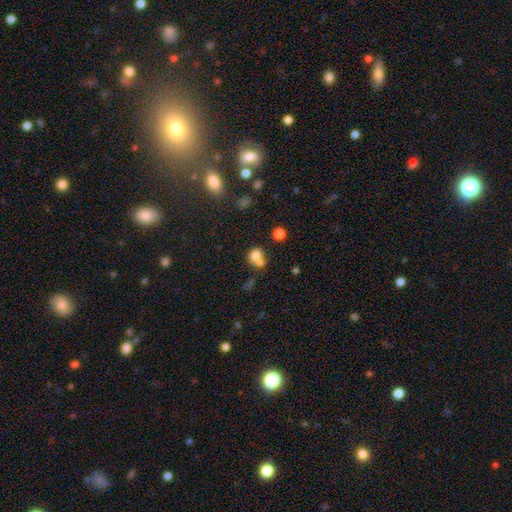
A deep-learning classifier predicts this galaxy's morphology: Smooth or featured: smooth — 74% (featured or disk — 14%)
How rounded: round — 77% (in between — 22%)
Merging: merger — 53% (none — 36%)